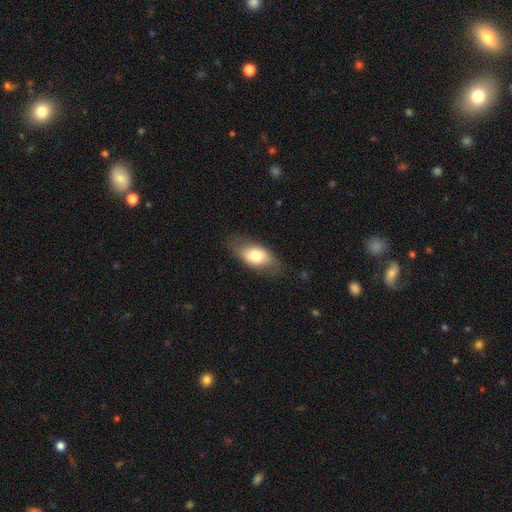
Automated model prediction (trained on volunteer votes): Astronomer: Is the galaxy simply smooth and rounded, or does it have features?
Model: smooth — 71%.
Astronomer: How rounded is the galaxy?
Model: in between — 88%.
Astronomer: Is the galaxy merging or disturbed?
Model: none — 77%.